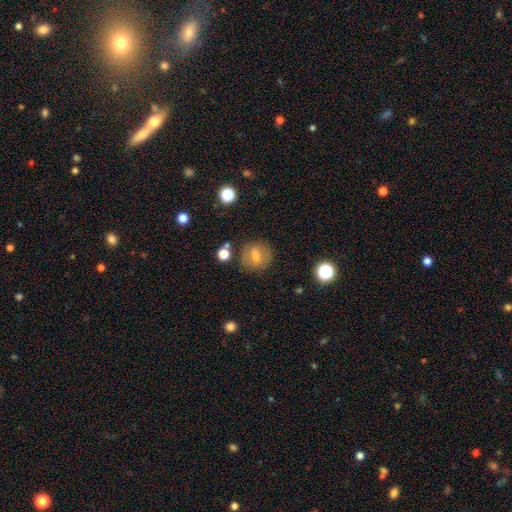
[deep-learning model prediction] smooth-or-featured: smooth: 58% | featured or disk: 30% | star or artifact: 12%
  how-rounded: round: 80% | in between: 19% | cigar-shaped: 1%
  merging: none: 82% | minor disturbance: 11% | major disturbance: 4% | merger: 3%